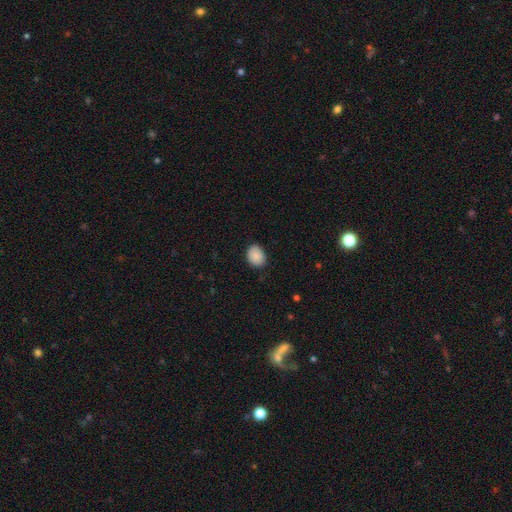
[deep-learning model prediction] Smooth or featured: smooth — 89% (star or artifact — 7%)
How rounded: in between — 64% (round — 35%)
Merging: none — 83% (minor disturbance — 14%)